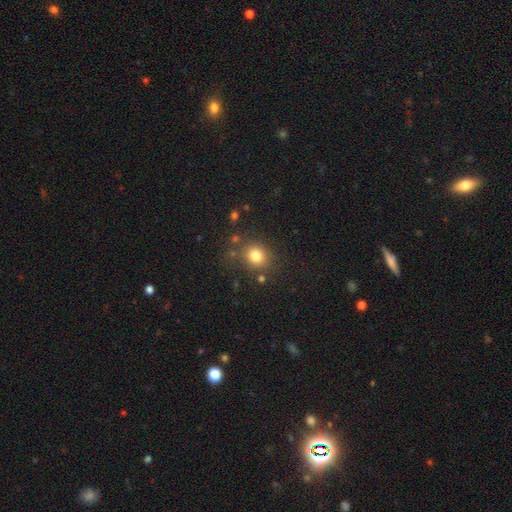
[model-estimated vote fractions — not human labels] Smooth or featured? smooth (79%)
How rounded? round (75%)
Merging? none (78%)